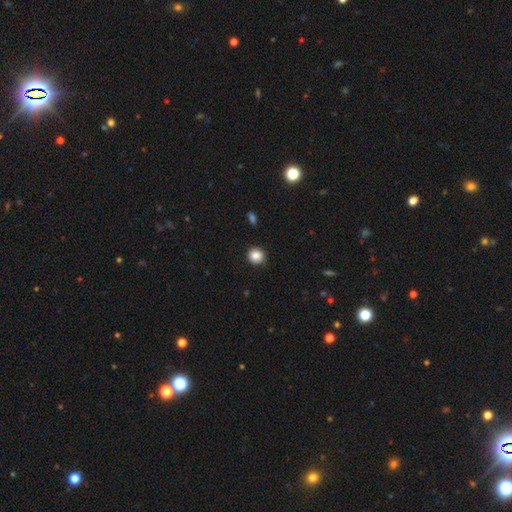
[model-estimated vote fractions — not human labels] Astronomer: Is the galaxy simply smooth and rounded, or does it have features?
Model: smooth — 87%.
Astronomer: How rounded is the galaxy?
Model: round — 90%.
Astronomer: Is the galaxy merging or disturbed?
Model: none — 91%.